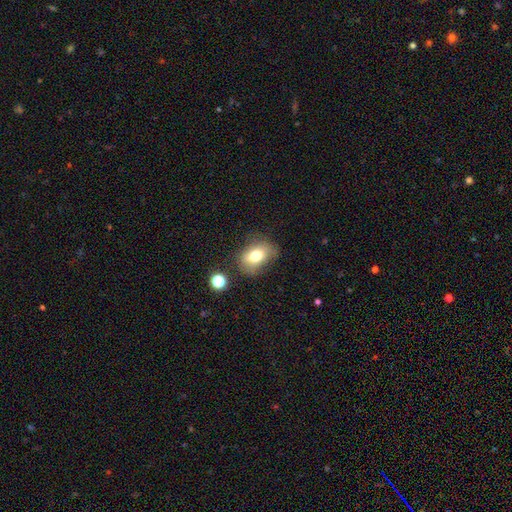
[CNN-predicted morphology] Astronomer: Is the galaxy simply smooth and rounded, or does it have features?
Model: smooth — 72%.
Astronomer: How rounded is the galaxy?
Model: in between — 76%.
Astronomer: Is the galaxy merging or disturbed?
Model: none — 64%.